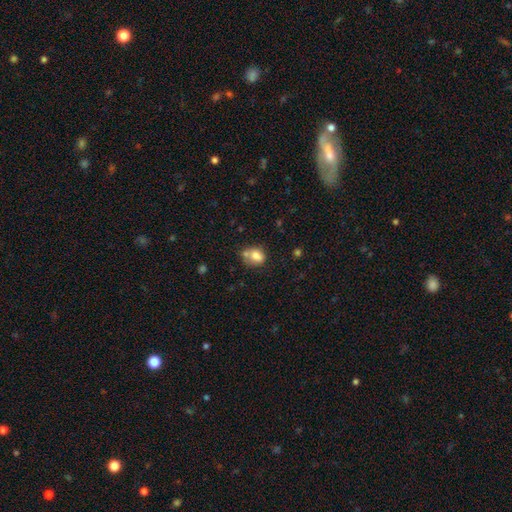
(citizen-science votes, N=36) This appears to be a smooth galaxy with no disk features (75%) that is round (59%). Merging: merger (37%).